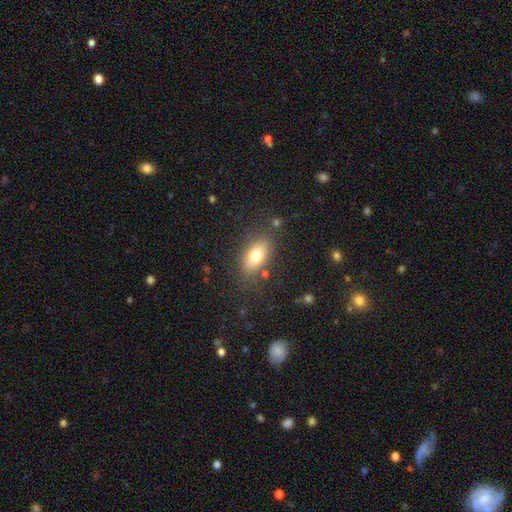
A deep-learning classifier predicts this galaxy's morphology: A smooth galaxy with no disk features (76%) that is in between round and cigar-shaped (86%).

Vote fractions:
- Smooth or featured? smooth: 76% / featured or disk: 15% / star or artifact: 9%
- How rounded? in between: 86% / round: 8% / cigar-shaped: 5%
- Merging? none: 79% / minor disturbance: 13% / major disturbance: 5% / merger: 3%